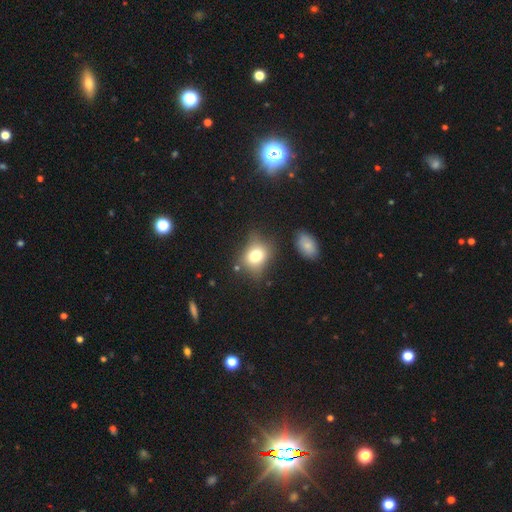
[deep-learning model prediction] Overall: smooth (74%). How rounded: in between (51%; round 47%). Merging: none (66%).